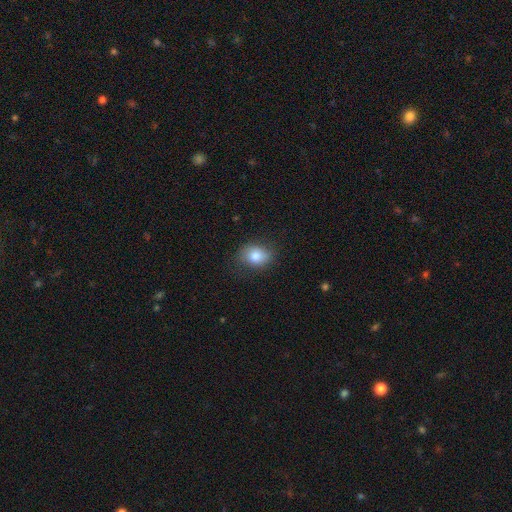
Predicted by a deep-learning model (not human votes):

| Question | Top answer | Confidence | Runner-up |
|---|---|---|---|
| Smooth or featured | smooth | 82% | featured or disk (9%) |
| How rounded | in between | 59% | round (40%) |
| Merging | none | 75% | minor disturbance (19%) |